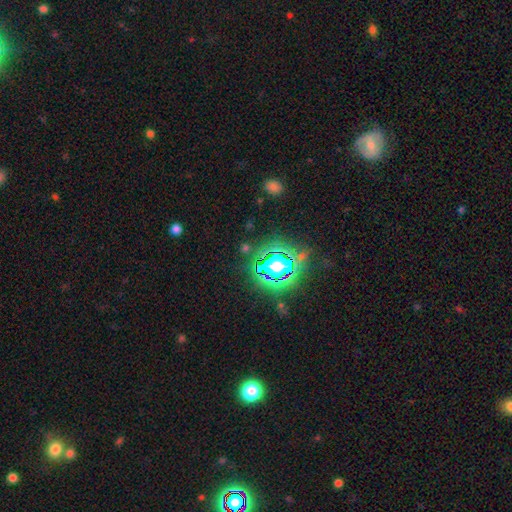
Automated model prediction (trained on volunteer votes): A star or artifact, not a galaxy (82%).